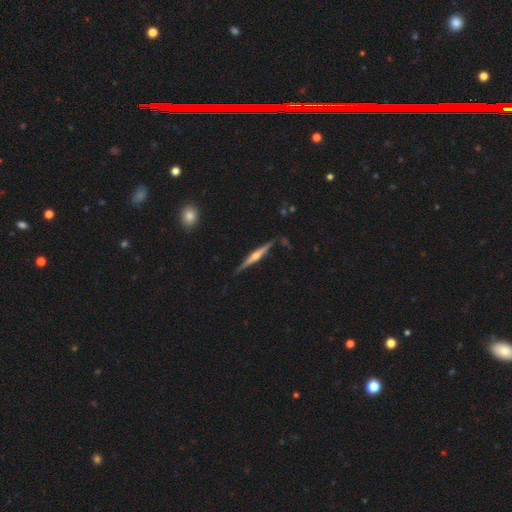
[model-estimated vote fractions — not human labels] featured or disk 76%, smooth 18%, star or artifact 5%. Down the decision tree: edge-on disk — yes (98%); edge-on bulge — rounded (86%); merging — none (86%).